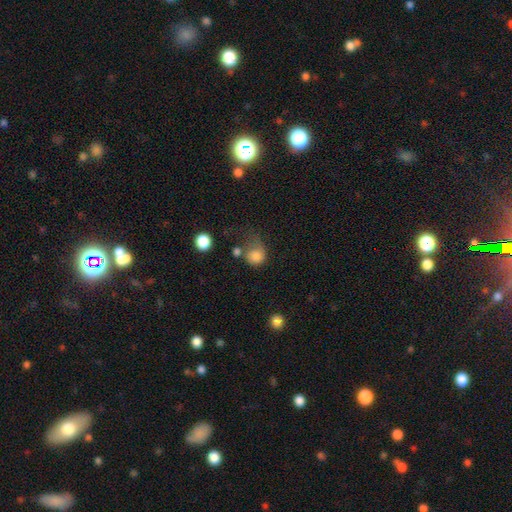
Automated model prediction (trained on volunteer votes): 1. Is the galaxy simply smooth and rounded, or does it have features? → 79% smooth, 11% featured or disk, 10% star or artifact.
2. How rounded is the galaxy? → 79% round, 20% in between, 1% cigar-shaped.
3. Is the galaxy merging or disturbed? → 33% major disturbance, 29% none, 24% minor disturbance, 14% merger.